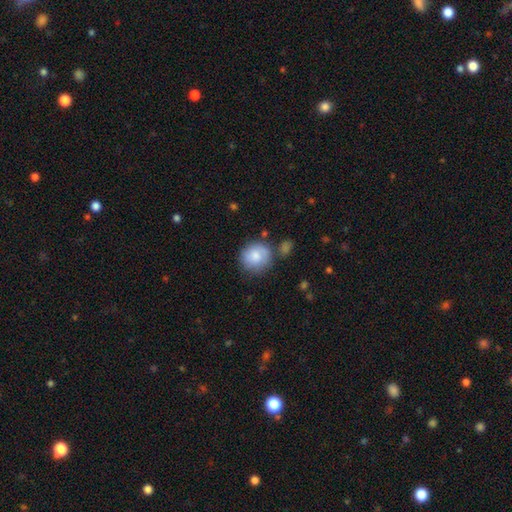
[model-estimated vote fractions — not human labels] A smooth galaxy with no disk features (79%) that is round (88%). Merging: none (66%).